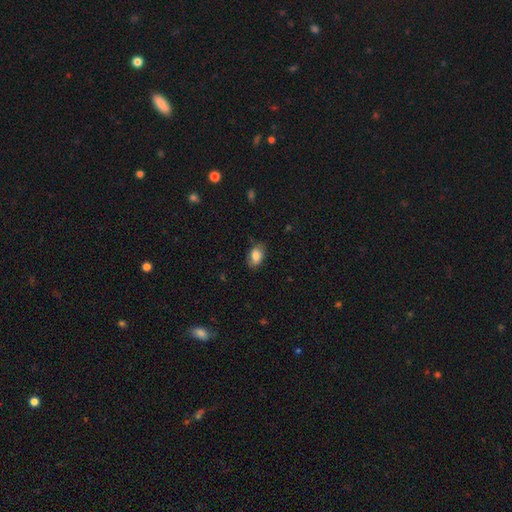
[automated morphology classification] The model was most divided on "merging": none: 77%, minor disturbance: 18%, major disturbance: 4%, merger: 1%. More confident: how rounded — in between (87%); smooth or featured — smooth (83%).